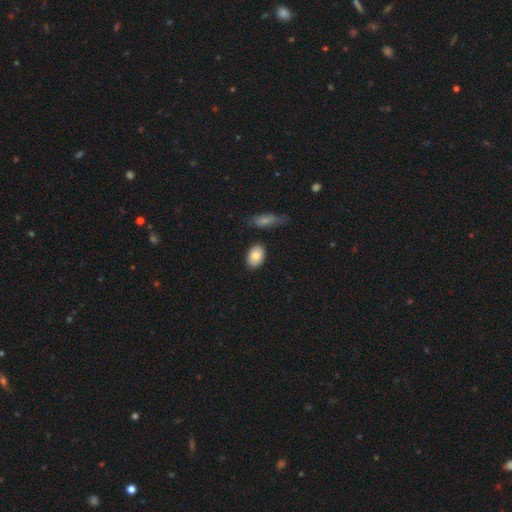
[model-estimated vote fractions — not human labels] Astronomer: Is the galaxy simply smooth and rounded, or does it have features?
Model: smooth — 81%.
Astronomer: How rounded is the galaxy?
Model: in between — 83%.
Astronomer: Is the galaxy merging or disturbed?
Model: none — 82%.